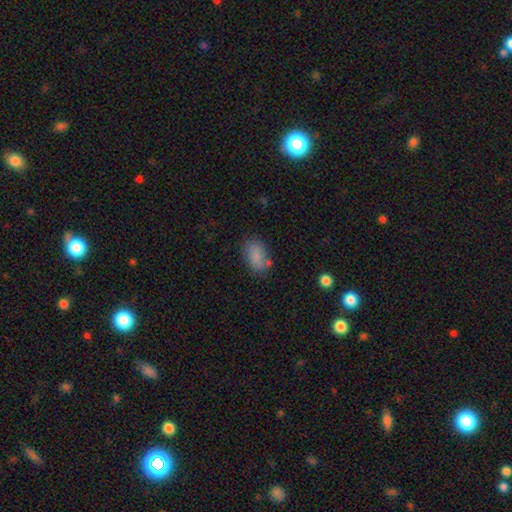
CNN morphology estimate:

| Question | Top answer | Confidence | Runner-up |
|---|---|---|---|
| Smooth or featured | smooth | 83% | star or artifact (9%) |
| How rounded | in between | 89% | round (9%) |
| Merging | none | 68% | minor disturbance (19%) |